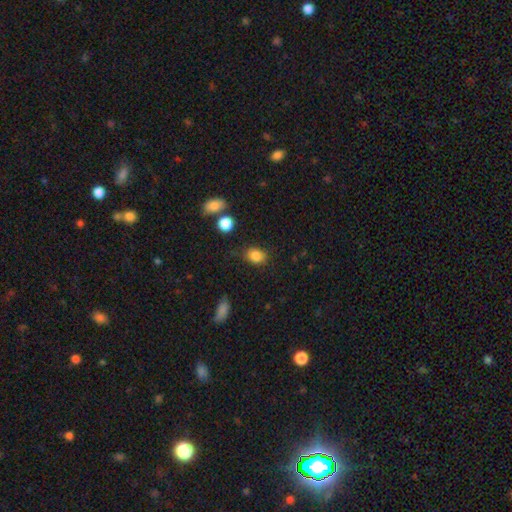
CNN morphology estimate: type=smooth (85%); roundness=in between (61%); merging=none (75%).